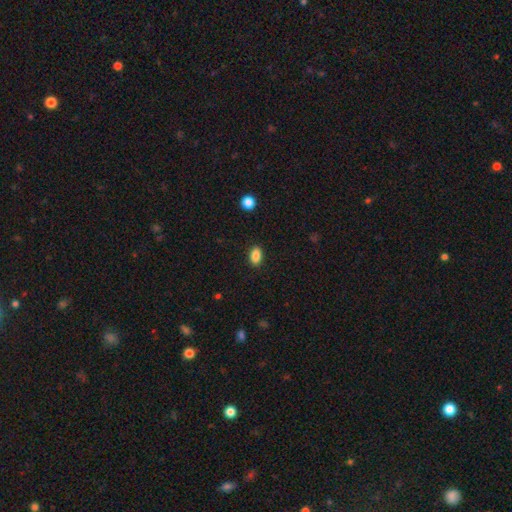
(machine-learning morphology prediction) Smooth or featured? Predicted: smooth (p=0.87). How rounded? Predicted: in between (p=0.88). Merging? Predicted: none (p=0.89).